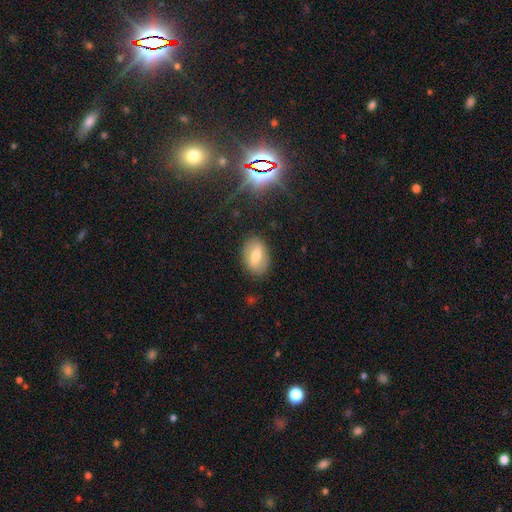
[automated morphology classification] smooth_or_featured: smooth (p=0.63) [alt: featured or disk p=0.29]
how_rounded: in between (p=0.81) [alt: round p=0.17]
merging: none (p=0.84) [alt: minor disturbance p=0.11]